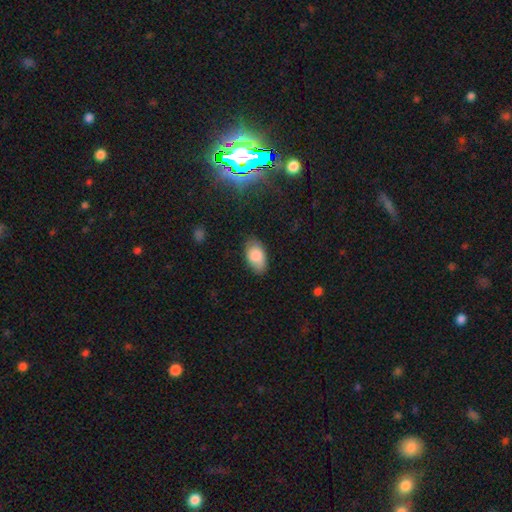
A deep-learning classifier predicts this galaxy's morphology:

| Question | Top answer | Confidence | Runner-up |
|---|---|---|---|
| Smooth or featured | smooth | 83% | featured or disk (9%) |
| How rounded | in between | 94% | round (5%) |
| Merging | none | 79% | minor disturbance (17%) |